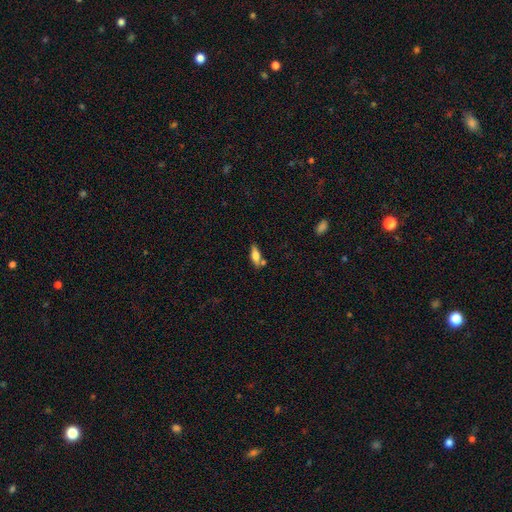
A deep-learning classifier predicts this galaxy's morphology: Overall: smooth (69%). How rounded: in between (68%; cigar-shaped 29%). Merging: none (65%).